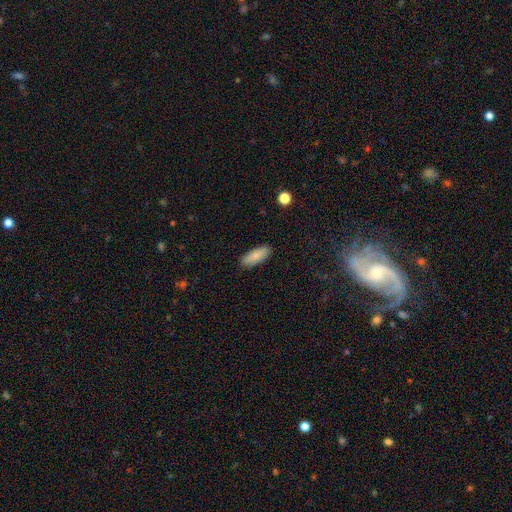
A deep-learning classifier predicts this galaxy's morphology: smooth 87%, featured or disk 7%, star or artifact 6%. Down the decision tree: how rounded — in between (73%); merging — none (89%).